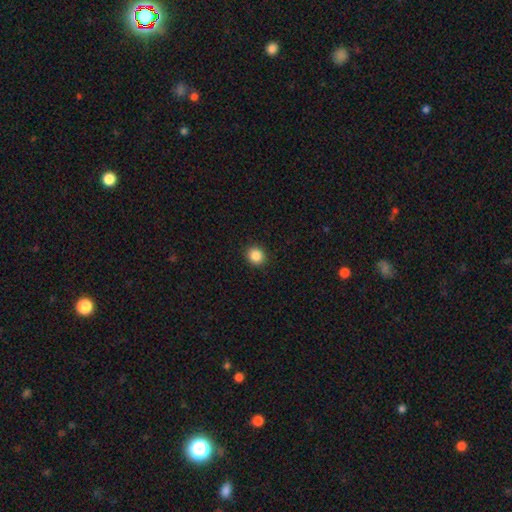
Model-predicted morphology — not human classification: smooth_or_featured: smooth (p=0.86) [alt: star or artifact p=0.10]
how_rounded: round (p=0.84) [alt: in between p=0.15]
merging: none (p=0.92) [alt: minor disturbance p=0.05]